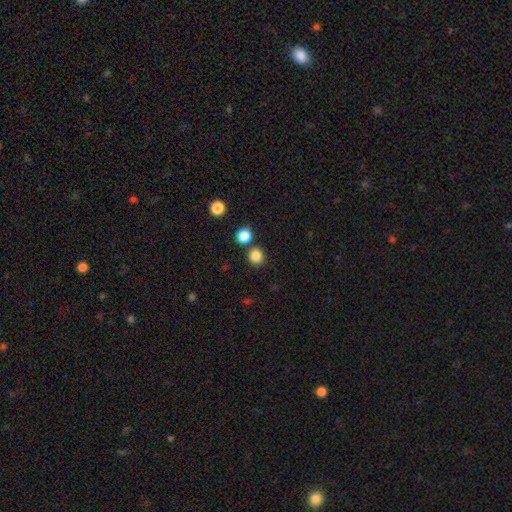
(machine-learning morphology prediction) smooth_or_featured: smooth (p=0.84) [alt: star or artifact p=0.12]
how_rounded: round (p=0.90) [alt: in between p=0.09]
merging: none (p=0.81) [alt: merger p=0.10]